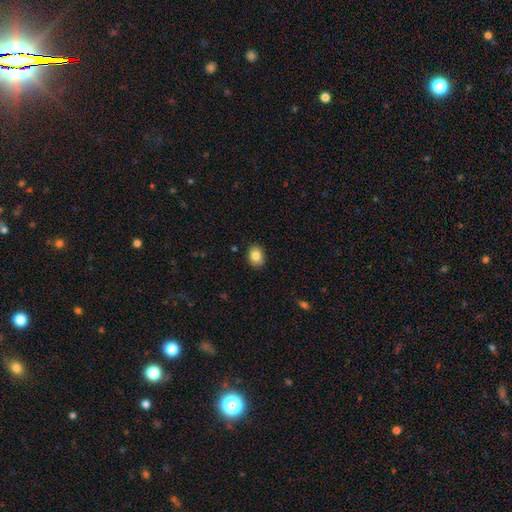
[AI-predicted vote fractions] smooth-or-featured: smooth: 85% | star or artifact: 8% | featured or disk: 7%
  how-rounded: in between: 56% | round: 43% | cigar-shaped: 1%
  merging: none: 88% | minor disturbance: 9% | major disturbance: 2% | merger: 1%